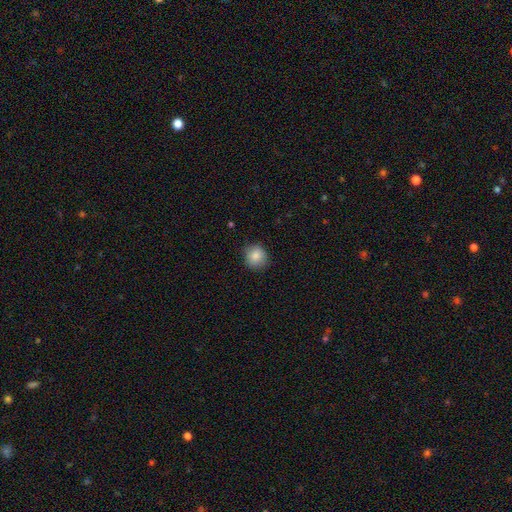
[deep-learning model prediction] smooth_or_featured: smooth (p=0.86) [alt: star or artifact p=0.09]
how_rounded: round (p=0.85) [alt: in between p=0.14]
merging: none (p=0.85) [alt: minor disturbance p=0.11]